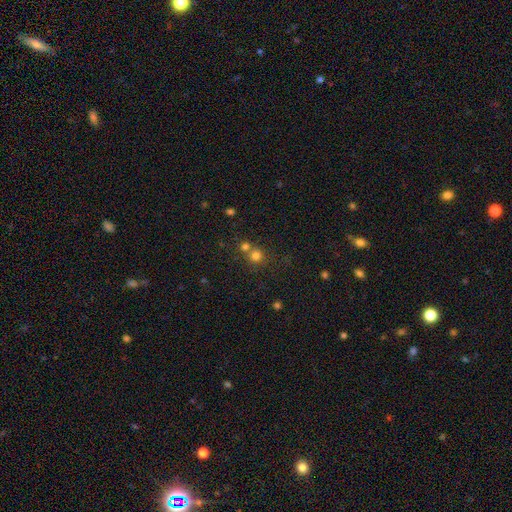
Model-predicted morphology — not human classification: smooth_or_featured: smooth (p=0.74) [alt: star or artifact p=0.17]
how_rounded: round (p=0.90) [alt: in between p=0.09]
merging: none (p=0.54) [alt: merger p=0.37]